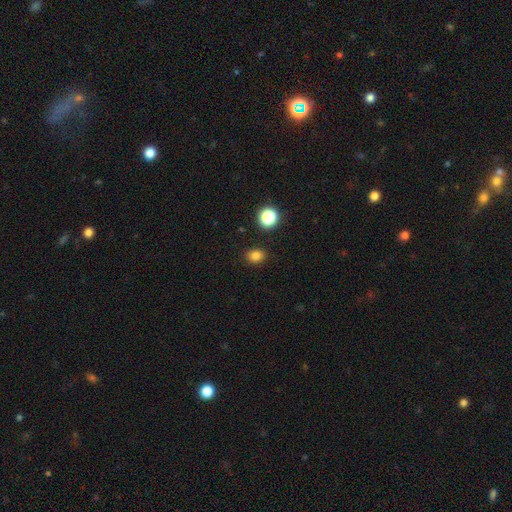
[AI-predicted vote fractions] smooth-or-featured: smooth: 81% | star or artifact: 14% | featured or disk: 5%
  how-rounded: in between: 57% | round: 42% | cigar-shaped: 1%
  merging: none: 88% | minor disturbance: 8% | major disturbance: 2% | merger: 2%